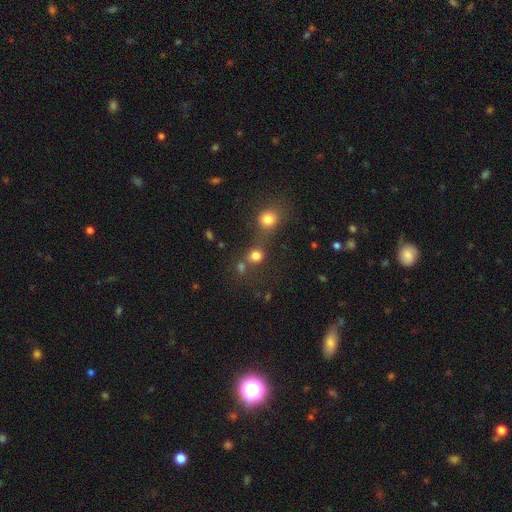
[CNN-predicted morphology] smooth 77%, star or artifact 16%, featured or disk 7%. Down the decision tree: how rounded — round (81%); merging — none (49%).